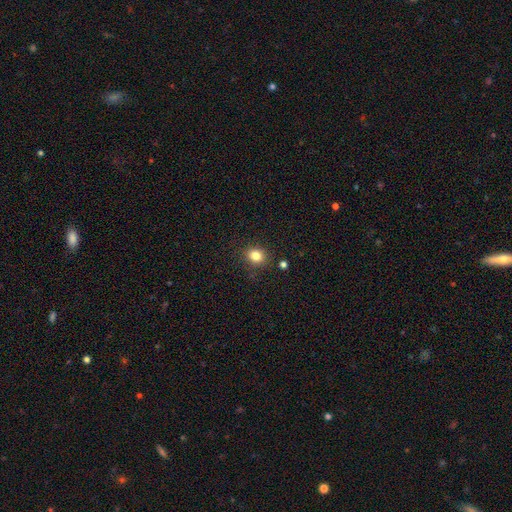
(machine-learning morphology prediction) Smooth or featured?
  - smooth: 82% *
  - star or artifact: 12%
  - featured or disk: 6%
How rounded?
  - round: 72% *
  - in between: 28%
  - cigar-shaped: 1%
Merging?
  - none: 87% *
  - minor disturbance: 8%
  - major disturbance: 2%
  - merger: 2%